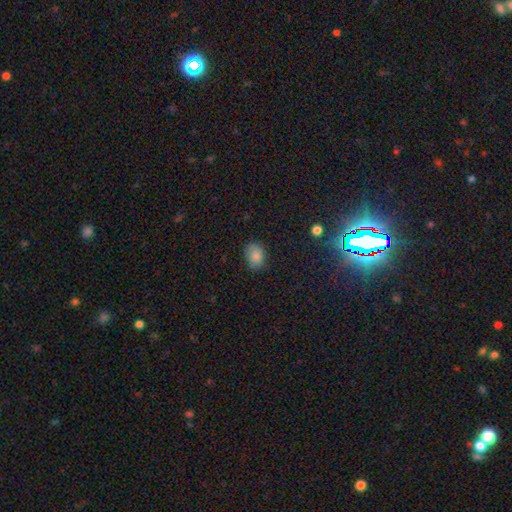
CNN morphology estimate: This is clearly a smooth galaxy (83%). How rounded: likely in between (66%). Merging: likely none (79%).